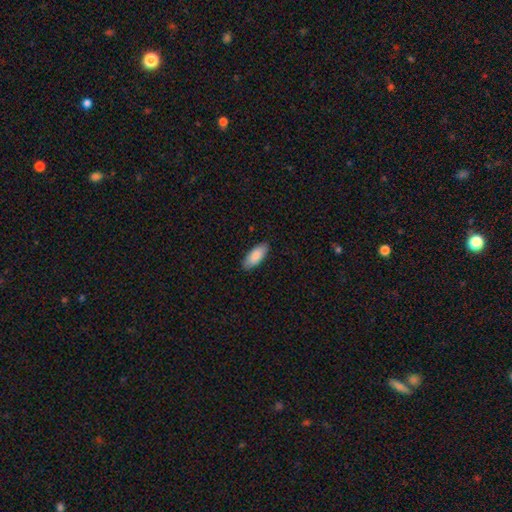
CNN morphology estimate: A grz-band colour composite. It shows a smooth galaxy with no disk features (87%) that is in between round and cigar-shaped (84%). Merging: none (88%).